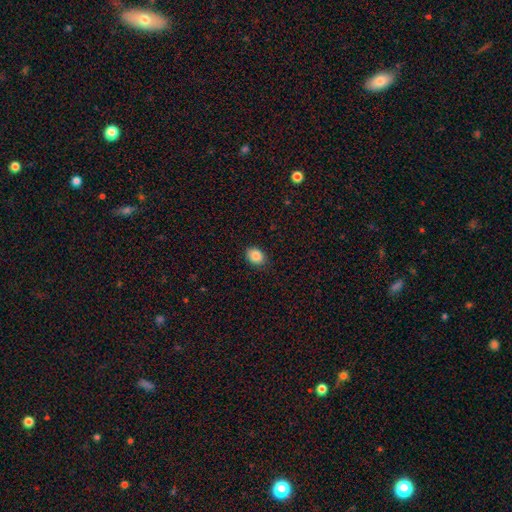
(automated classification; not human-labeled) Q: Smooth or featured?
A: smooth (86%); runner-up: star or artifact (9%)
Q: How rounded?
A: in between (62%); runner-up: round (37%)
Q: Merging?
A: none (85%); runner-up: minor disturbance (11%)